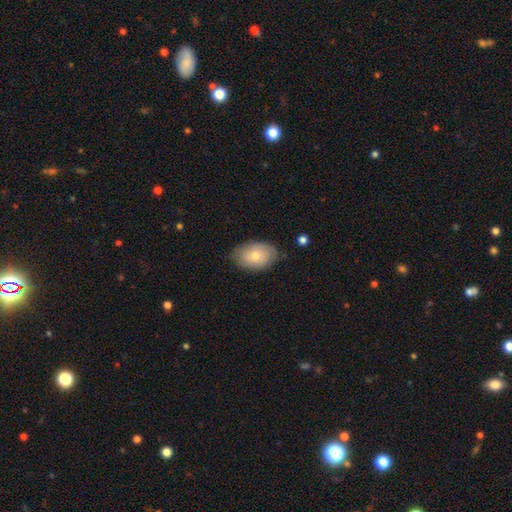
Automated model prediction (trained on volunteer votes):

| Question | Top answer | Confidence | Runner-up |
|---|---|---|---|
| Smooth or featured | smooth | 75% | featured or disk (18%) |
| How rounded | in between | 89% | round (10%) |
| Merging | none | 77% | minor disturbance (19%) |